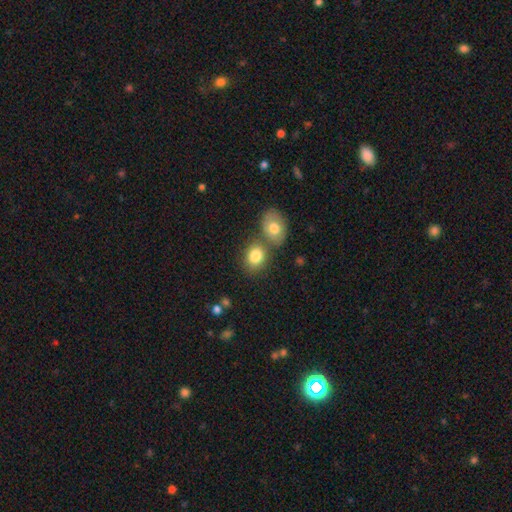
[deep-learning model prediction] A smooth galaxy with no disk features (81%) that is in between round and cigar-shaped (57%).

Vote fractions:
- Smooth or featured? smooth: 81% / featured or disk: 10% / star or artifact: 8%
- How rounded? in between: 57% / round: 41% / cigar-shaped: 1%
- Merging? none: 50% / merger: 35% / minor disturbance: 11% / major disturbance: 4%